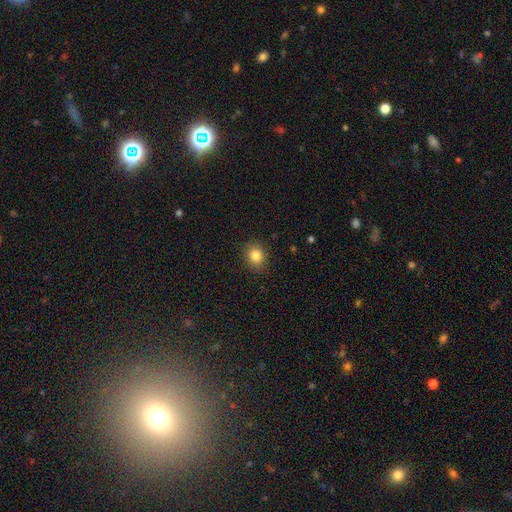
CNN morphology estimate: The model was most divided on "how rounded": round: 68%, in between: 31%, cigar-shaped: 1%. More confident: merging — none (88%); smooth or featured — smooth (83%).